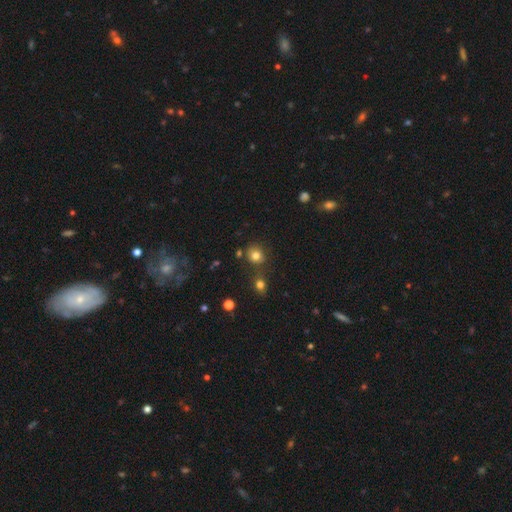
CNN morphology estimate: Smooth or featured? smooth (78%)
How rounded? round (82%)
Merging? none (73%)